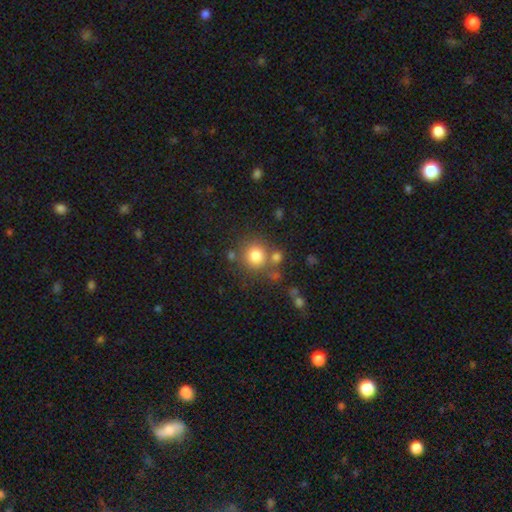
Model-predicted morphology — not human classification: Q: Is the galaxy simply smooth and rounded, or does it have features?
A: smooth — 79%.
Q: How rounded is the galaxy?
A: round — 91%.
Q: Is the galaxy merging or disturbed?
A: none — 71%.